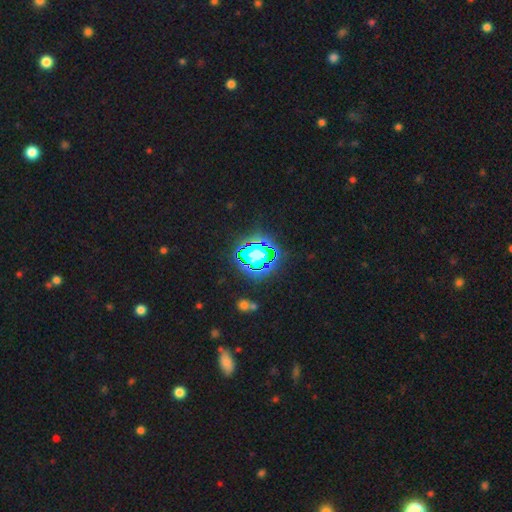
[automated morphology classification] smooth_or_featured: star or artifact (p=0.74) [alt: smooth p=0.16]